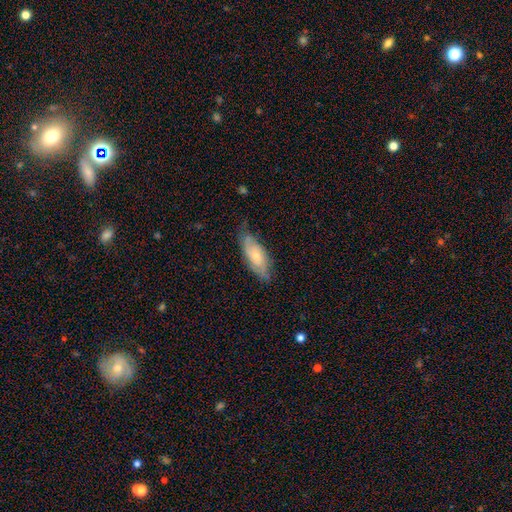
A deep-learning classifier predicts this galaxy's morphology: This appears to be a featured or disk galaxy (52%). Merging: none (67%).